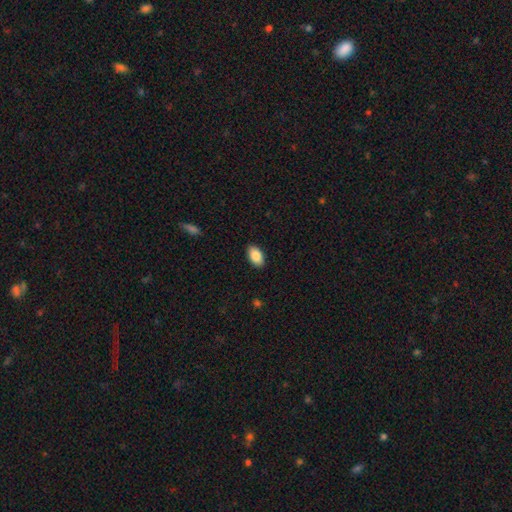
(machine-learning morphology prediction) smooth-or-featured: smooth: 88% | star or artifact: 7% | featured or disk: 5%
  how-rounded: in between: 94% | round: 4% | cigar-shaped: 2%
  merging: none: 89% | minor disturbance: 8% | major disturbance: 2% | merger: 1%